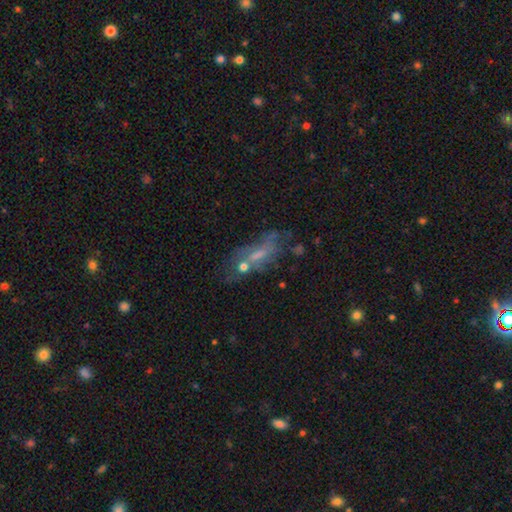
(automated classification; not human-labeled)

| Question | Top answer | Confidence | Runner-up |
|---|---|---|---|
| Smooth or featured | featured or disk | 48% | smooth (35%) |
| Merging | none | 41% | major disturbance (22%) |